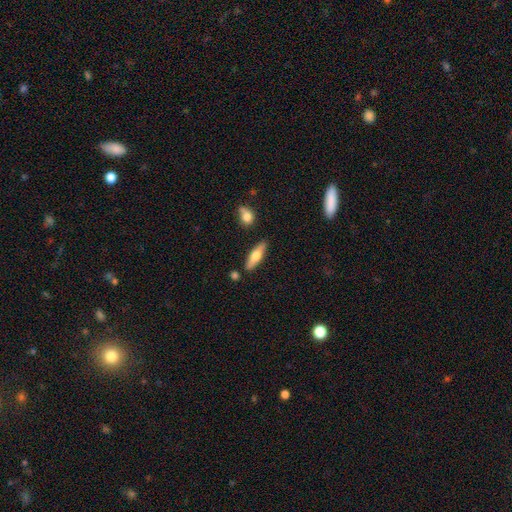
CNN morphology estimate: A smooth galaxy with no disk features (61%) that is cigar-shaped (56%). Merging: none (82%).